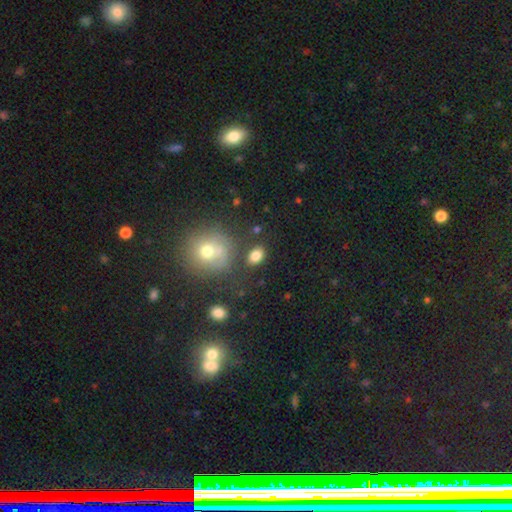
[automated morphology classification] smooth-or-featured: smooth: 82% | star or artifact: 10% | featured or disk: 8%
  how-rounded: in between: 77% | round: 21% | cigar-shaped: 1%
  merging: none: 78% | minor disturbance: 12% | merger: 6% | major disturbance: 4%